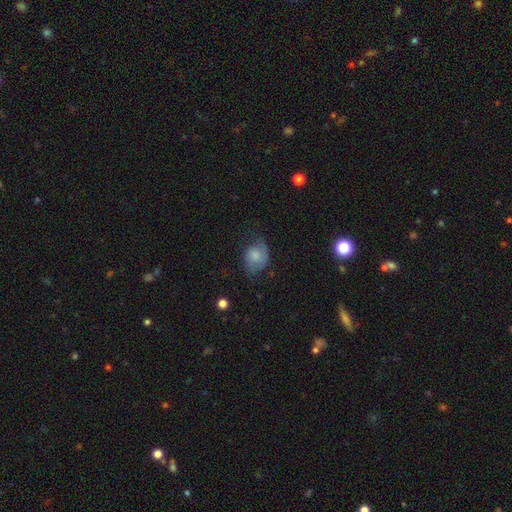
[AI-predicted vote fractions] Smooth or featured? Predicted: smooth (p=0.62). How rounded? Predicted: in between (p=0.57). Merging? Predicted: none (p=0.46).